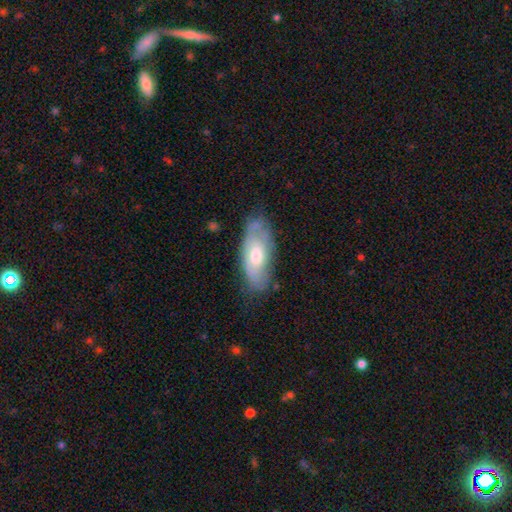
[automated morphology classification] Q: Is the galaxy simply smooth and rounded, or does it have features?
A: smooth — 53%.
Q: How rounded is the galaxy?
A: in between — 84%.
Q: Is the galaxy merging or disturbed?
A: none — 63%.